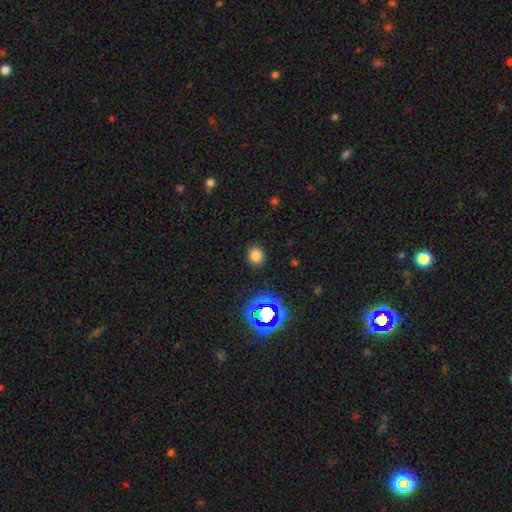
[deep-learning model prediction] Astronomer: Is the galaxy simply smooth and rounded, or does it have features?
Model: smooth — 77%.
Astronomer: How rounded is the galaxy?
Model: round — 82%.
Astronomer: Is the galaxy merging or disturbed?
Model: none — 89%.